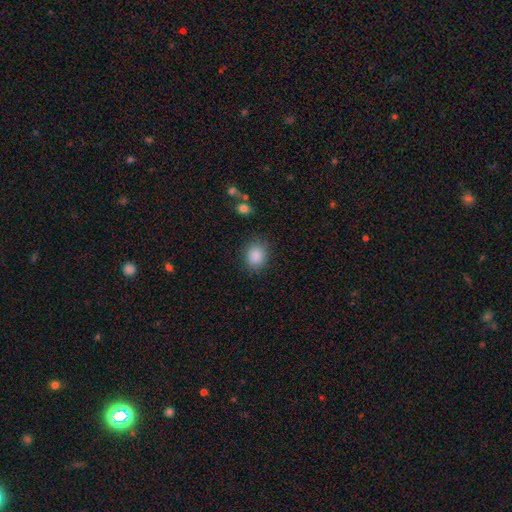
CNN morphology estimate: smooth_or_featured: smooth (p=0.87) [alt: star or artifact p=0.09]
how_rounded: round (p=0.63) [alt: in between p=0.36]
merging: none (p=0.84) [alt: minor disturbance p=0.11]